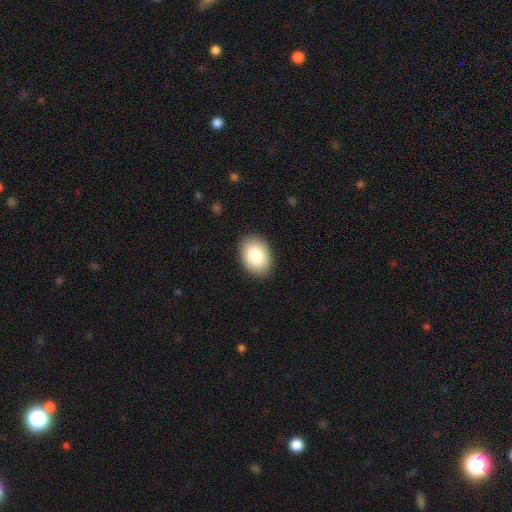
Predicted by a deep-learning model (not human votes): Overall: smooth (85%). How rounded: in between (81%). Merging: none (88%).